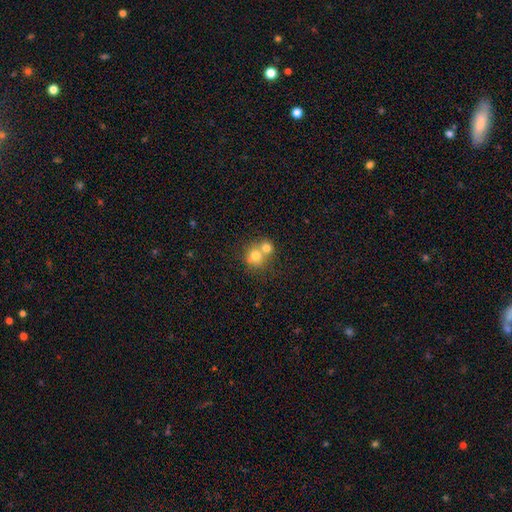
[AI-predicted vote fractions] smooth_or_featured: smooth (p=0.72) [alt: featured or disk p=0.16]
how_rounded: round (p=0.82) [alt: in between p=0.17]
merging: merger (p=0.59) [alt: none p=0.33]